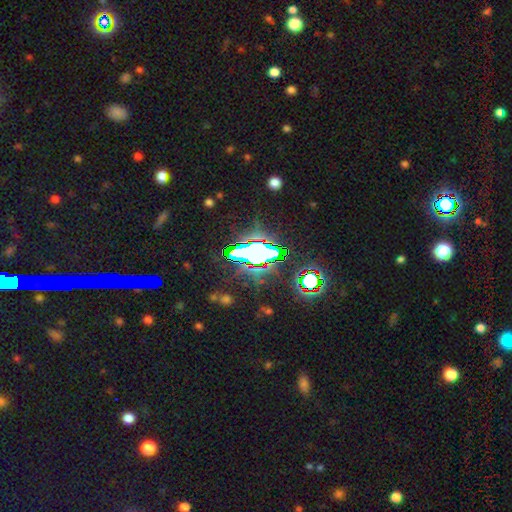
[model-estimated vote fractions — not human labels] Smooth or featured?
  - star or artifact: 68% *
  - smooth: 20%
  - featured or disk: 12%